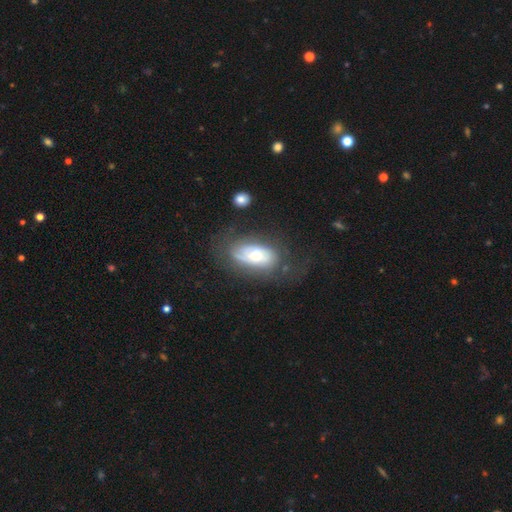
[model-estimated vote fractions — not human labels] Smooth or featured? Predicted: featured or disk (p=0.61). Edge-on disk? Predicted: no (p=0.91). Bar? Predicted: no (p=0.75). Spiral arms? Predicted: yes (p=0.74). Bulge size? Predicted: moderate (p=0.64). Merging? Predicted: none (p=0.56).